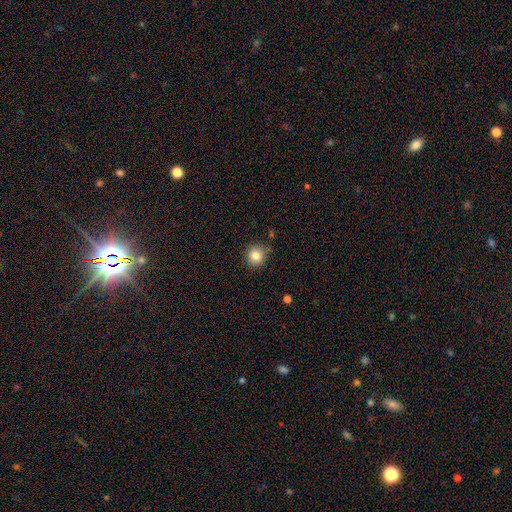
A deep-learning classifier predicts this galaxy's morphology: This appears to be a smooth galaxy with no disk features (83%) that is round (90%). Merging: none (83%).